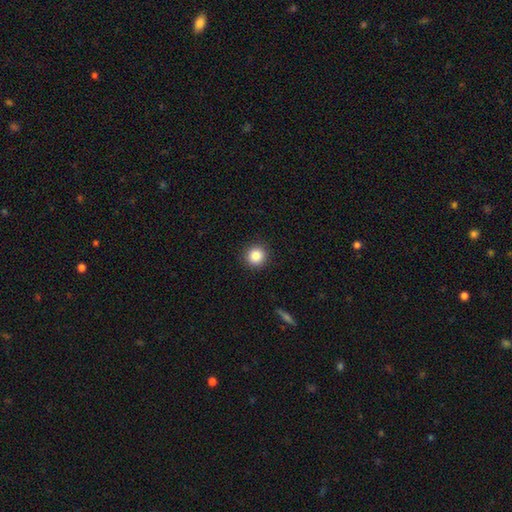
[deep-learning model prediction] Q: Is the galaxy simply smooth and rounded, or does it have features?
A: smooth — 86%.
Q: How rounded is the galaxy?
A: round — 93%.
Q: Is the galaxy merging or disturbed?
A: none — 91%.